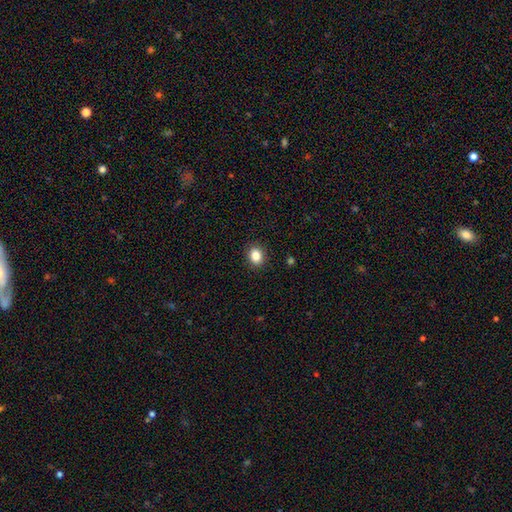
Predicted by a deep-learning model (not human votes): Smooth or featured? Predicted: smooth (p=0.85). How rounded? Predicted: in between (p=0.52). Merging? Predicted: none (p=0.90).